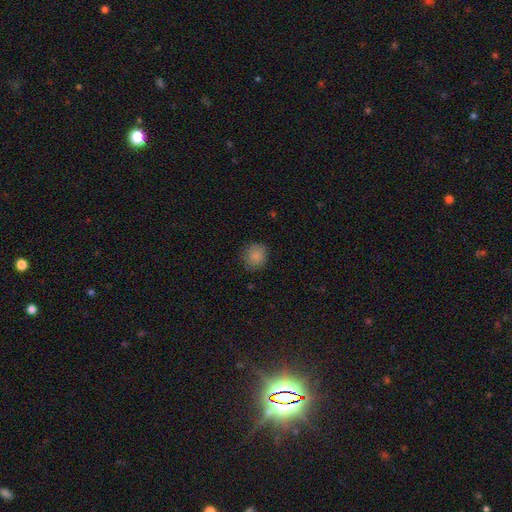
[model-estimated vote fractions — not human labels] A smooth galaxy with no disk features (86%) that is round (84%).

Vote fractions:
- Smooth or featured? smooth: 86% / star or artifact: 9% / featured or disk: 5%
- How rounded? round: 84% / in between: 15% / cigar-shaped: 1%
- Merging? none: 83% / minor disturbance: 13% / major disturbance: 3% / merger: 1%